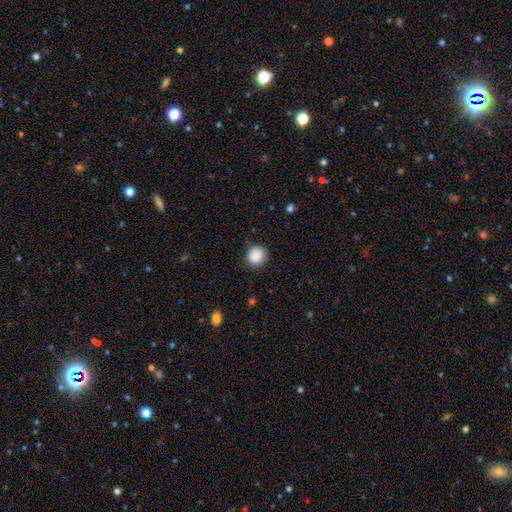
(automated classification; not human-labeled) Smooth or featured?
  - smooth: 89% *
  - star or artifact: 9%
  - featured or disk: 3%
How rounded?
  - round: 93% *
  - in between: 6%
  - cigar-shaped: 1%
Merging?
  - none: 86% *
  - minor disturbance: 10%
  - major disturbance: 3%
  - merger: 1%